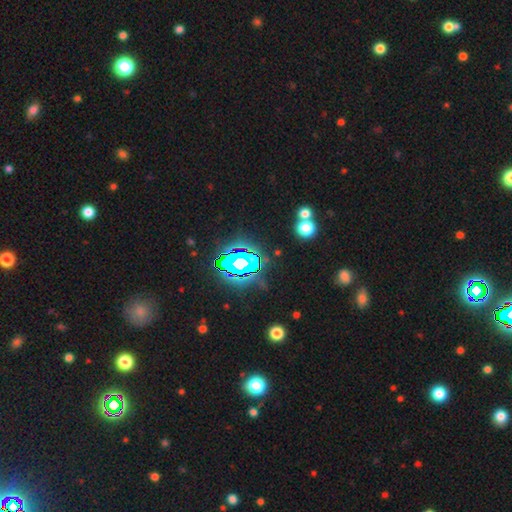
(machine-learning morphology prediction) star or artifact 80%, smooth 12%, featured or disk 7%.